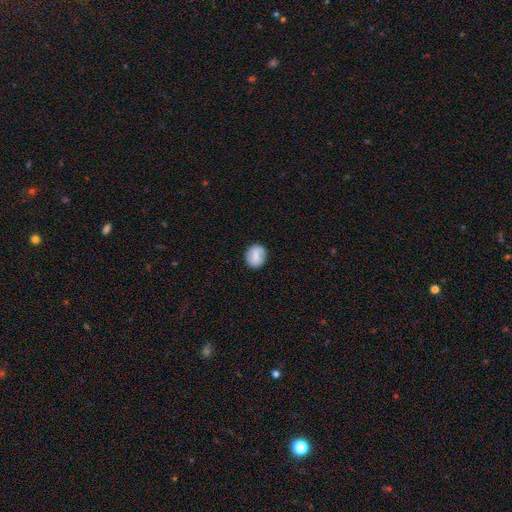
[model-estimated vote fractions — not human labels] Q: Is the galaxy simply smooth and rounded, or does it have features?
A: smooth — 59%.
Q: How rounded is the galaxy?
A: round — 74%.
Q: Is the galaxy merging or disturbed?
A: none — 86%.